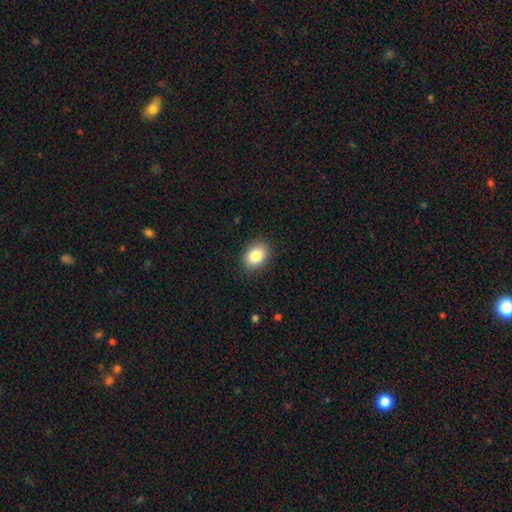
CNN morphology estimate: Overall: smooth (84%). How rounded: in between (62%; round 37%). Merging: none (88%).